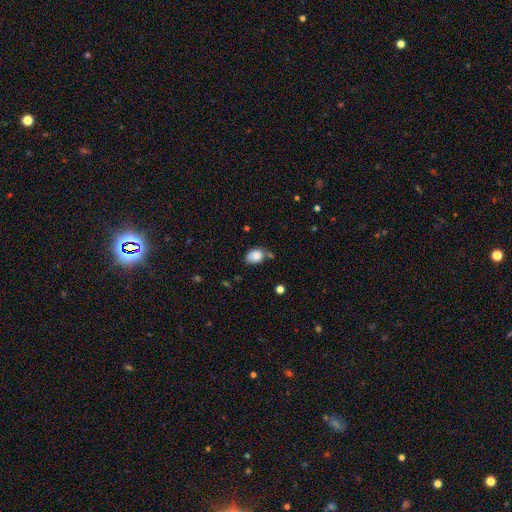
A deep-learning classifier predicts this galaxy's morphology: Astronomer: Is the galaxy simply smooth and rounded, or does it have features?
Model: smooth — 86%.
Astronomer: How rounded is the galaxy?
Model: in between — 75%.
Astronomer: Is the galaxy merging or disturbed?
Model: none — 59%.